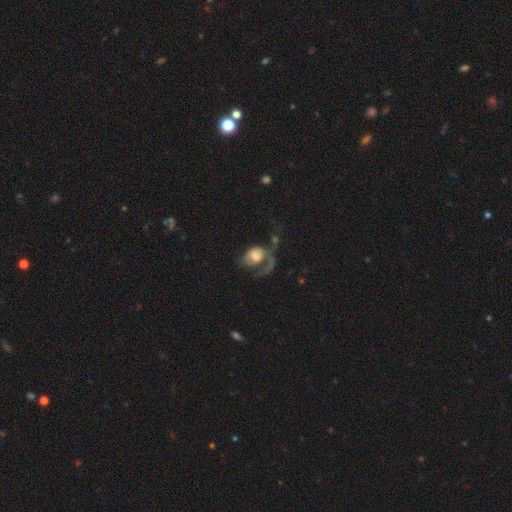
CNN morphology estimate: A featured or disk galaxy (49%).

Vote fractions:
- Smooth or featured? featured or disk: 49% / smooth: 43% / star or artifact: 8%
- Merging? major disturbance: 56% / none: 20% / minor disturbance: 13% / merger: 11%